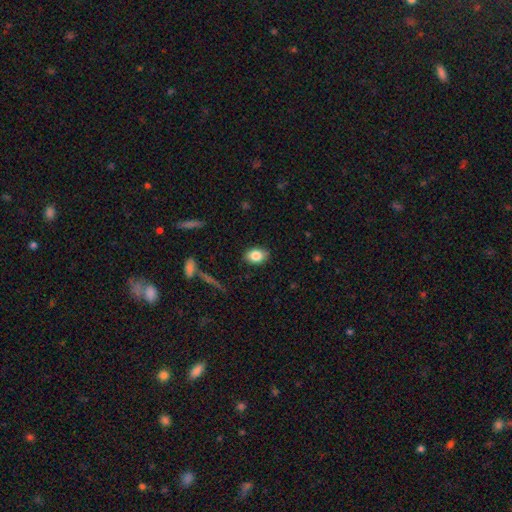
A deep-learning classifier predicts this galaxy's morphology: smooth 83%, star or artifact 8%, featured or disk 8%. Down the decision tree: how rounded — in between (76%); merging — none (85%).